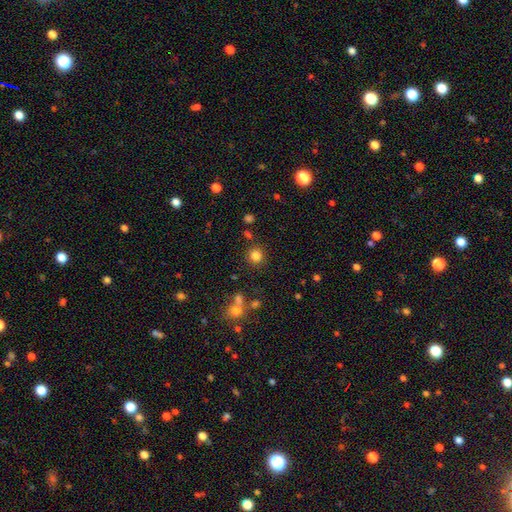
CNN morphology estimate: A smooth galaxy with no disk features (81%) that is round (91%).

Vote fractions:
- Smooth or featured? smooth: 81% / star or artifact: 13% / featured or disk: 5%
- How rounded? round: 91% / in between: 8% / cigar-shaped: 1%
- Merging? none: 84% / minor disturbance: 7% / merger: 5% / major disturbance: 3%